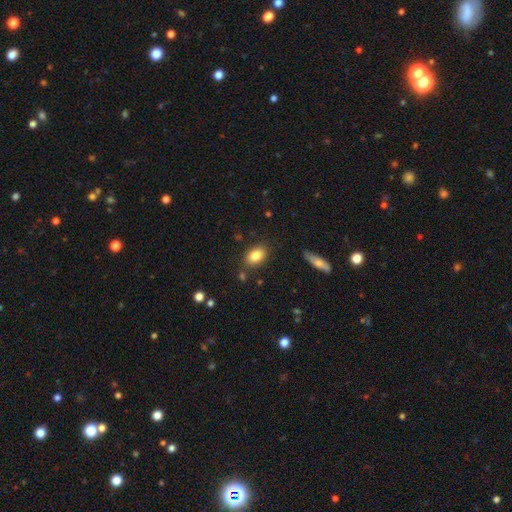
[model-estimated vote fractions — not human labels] smooth 83%, featured or disk 9%, star or artifact 8%. Down the decision tree: how rounded — in between (87%); merging — none (83%).